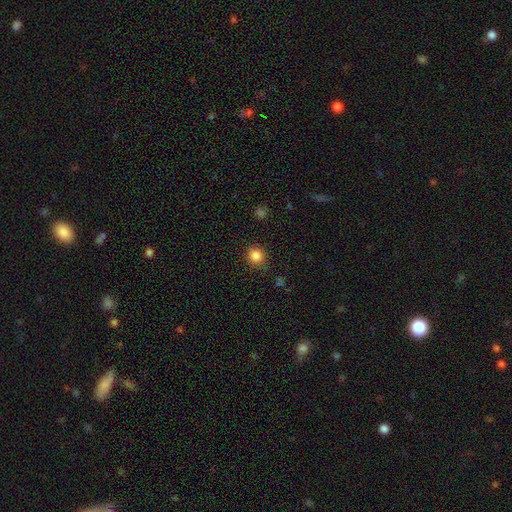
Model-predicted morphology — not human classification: smooth_or_featured: smooth (p=0.85) [alt: star or artifact p=0.11]
how_rounded: round (p=0.91) [alt: in between p=0.08]
merging: none (p=0.87) [alt: minor disturbance p=0.09]